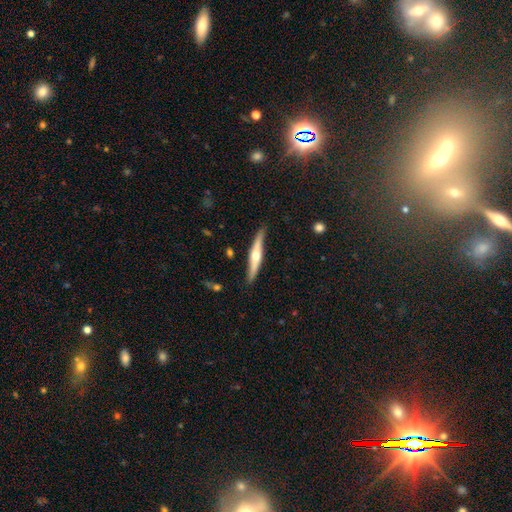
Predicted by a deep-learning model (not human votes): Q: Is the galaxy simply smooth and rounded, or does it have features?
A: featured or disk — 65%.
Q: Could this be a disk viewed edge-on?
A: yes — 95%.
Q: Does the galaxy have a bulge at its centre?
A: rounded — 91%.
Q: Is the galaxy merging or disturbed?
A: none — 86%.